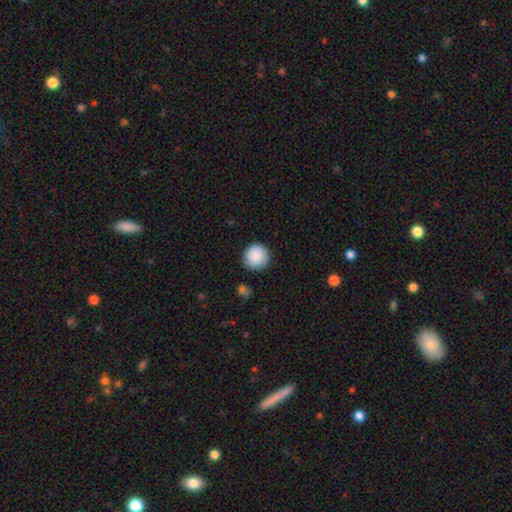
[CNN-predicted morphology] Q: Smooth or featured?
A: smooth (88%); runner-up: star or artifact (7%)
Q: How rounded?
A: round (95%); runner-up: in between (4%)
Q: Merging?
A: none (84%); runner-up: minor disturbance (12%)